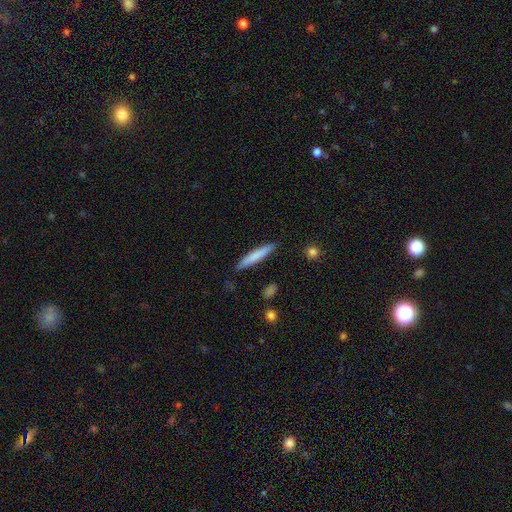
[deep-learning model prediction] Smooth or featured?
  - smooth: 75% *
  - featured or disk: 19%
  - star or artifact: 6%
How rounded?
  - cigar-shaped: 93% *
  - in between: 5%
  - round: 1%
Merging?
  - none: 87% *
  - minor disturbance: 9%
  - major disturbance: 2%
  - merger: 2%